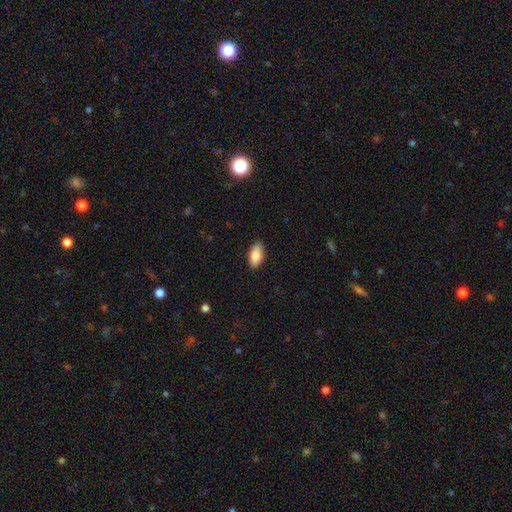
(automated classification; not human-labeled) This appears to be a smooth galaxy with no disk features (84%) that is in between round and cigar-shaped (92%). Merging: none (88%).